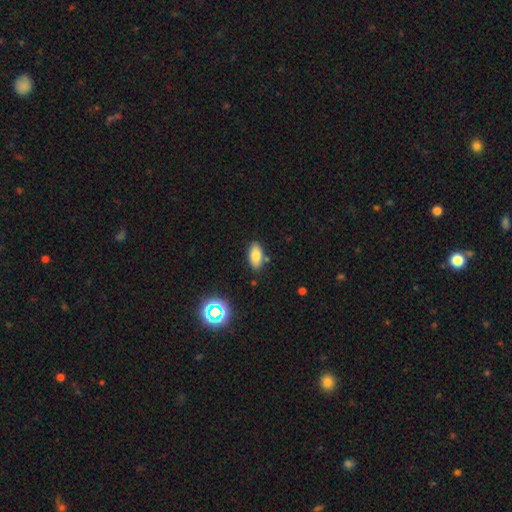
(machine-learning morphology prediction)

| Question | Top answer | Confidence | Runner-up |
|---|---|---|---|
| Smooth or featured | smooth | 76% | featured or disk (12%) |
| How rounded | in between | 91% | cigar-shaped (5%) |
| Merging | none | 83% | minor disturbance (11%) |